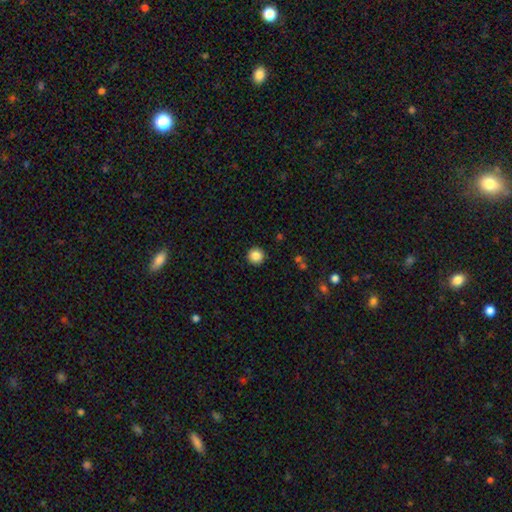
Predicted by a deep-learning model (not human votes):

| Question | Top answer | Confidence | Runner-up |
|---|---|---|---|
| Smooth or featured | smooth | 86% | star or artifact (10%) |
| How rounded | round | 96% | in between (3%) |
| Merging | none | 93% | minor disturbance (5%) |